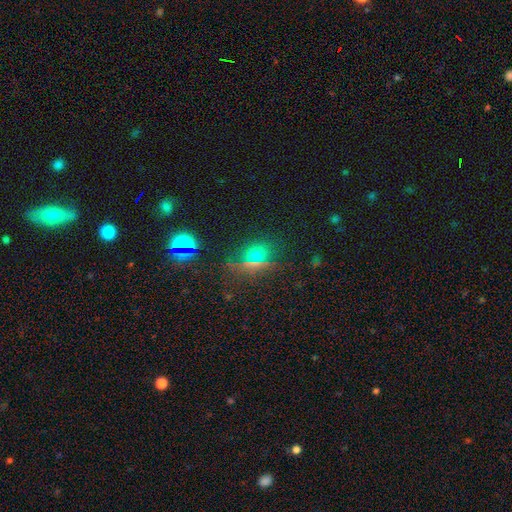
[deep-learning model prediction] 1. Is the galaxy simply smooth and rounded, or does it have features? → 58% smooth, 32% star or artifact, 10% featured or disk.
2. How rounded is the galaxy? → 56% round, 39% in between, 5% cigar-shaped.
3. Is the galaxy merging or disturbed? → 80% none, 11% minor disturbance, 5% major disturbance, 4% merger.